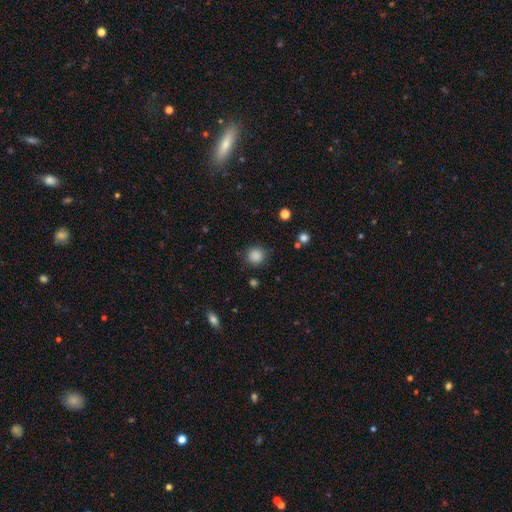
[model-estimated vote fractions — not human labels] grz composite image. It shows a smooth galaxy with no disk features (86%) that is round (92%). Merging: none (86%).